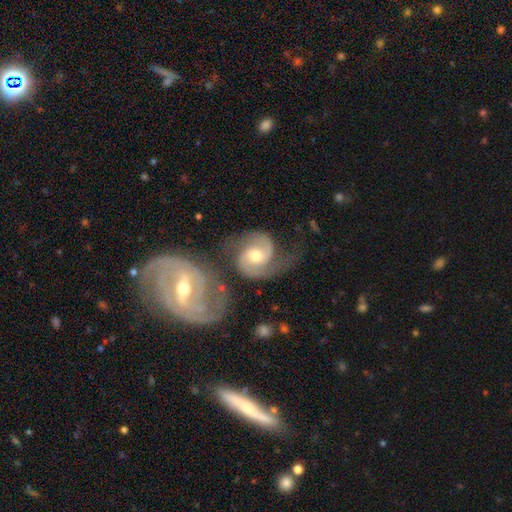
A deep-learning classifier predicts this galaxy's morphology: A featured or disk galaxy (88%) with no bar (53%), 2 (91%) medium (55%) spiral arms (97%) and a moderate central bulge (71%). Merging: none (54%).